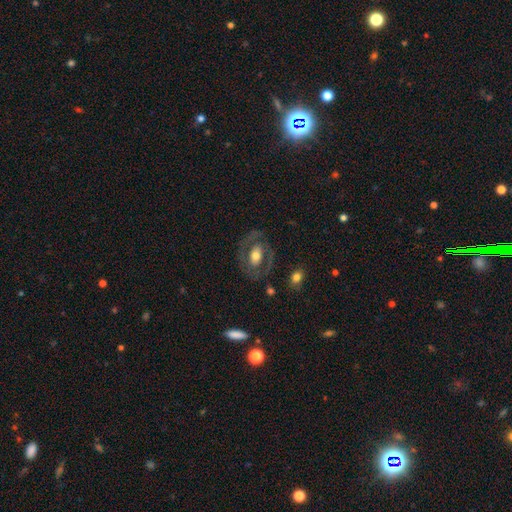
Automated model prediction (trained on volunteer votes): A featured or disk galaxy (55%) with no bar (65%), no spiral arms (67%) and a moderate central bulge (58%). Merging: none (73%).